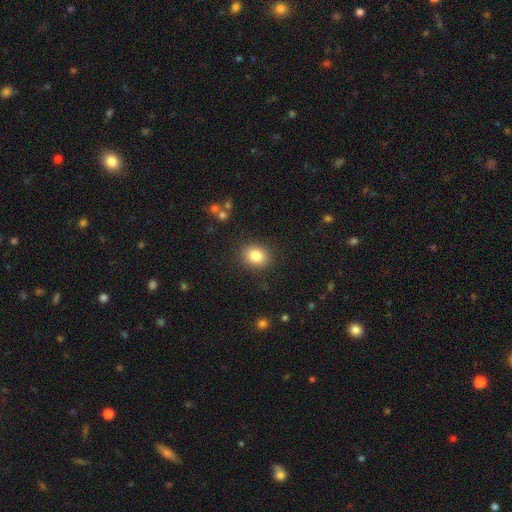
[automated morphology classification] A smooth galaxy with no disk features (83%) that is in between round and cigar-shaped (51%). Merging: none (86%).